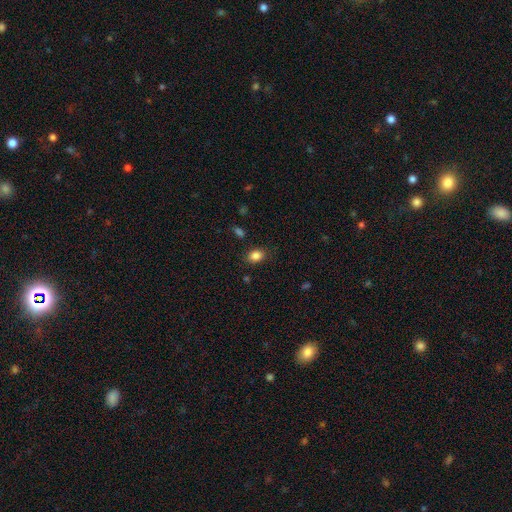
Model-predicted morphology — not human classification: Q: Smooth or featured?
A: smooth (85%); runner-up: star or artifact (10%)
Q: How rounded?
A: in between (67%); runner-up: round (32%)
Q: Merging?
A: none (84%); runner-up: minor disturbance (11%)